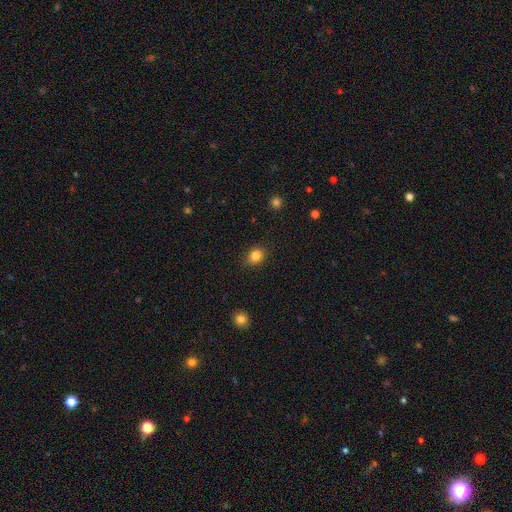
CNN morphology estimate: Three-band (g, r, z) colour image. It shows a smooth galaxy with no disk features (83%) that is round (56%). Merging: none (84%).